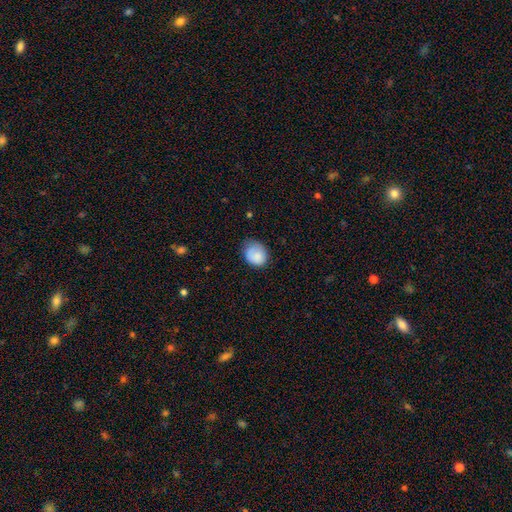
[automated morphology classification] This is clearly a smooth galaxy (85%). How rounded: possibly round (54%). Merging: likely none (61%).